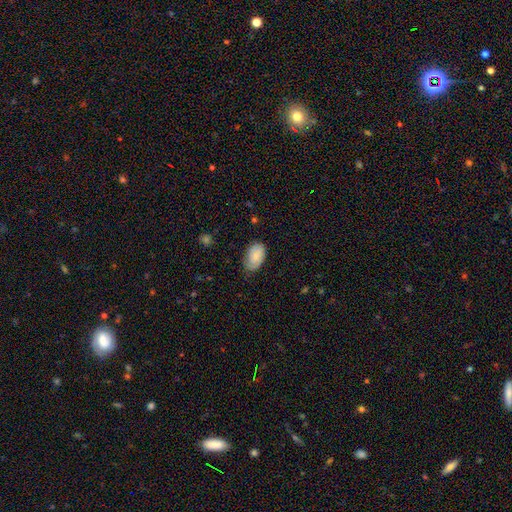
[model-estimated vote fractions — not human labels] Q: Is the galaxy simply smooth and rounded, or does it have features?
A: smooth — 79%.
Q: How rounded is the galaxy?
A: in between — 93%.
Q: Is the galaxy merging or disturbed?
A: none — 67%.